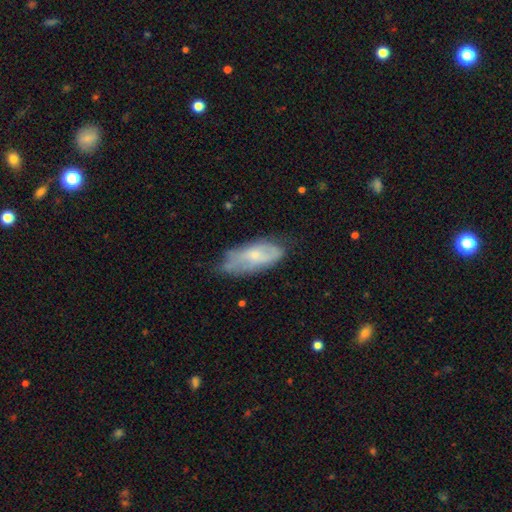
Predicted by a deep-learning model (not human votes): Smooth or featured? smooth (48%)
Merging? none (52%)